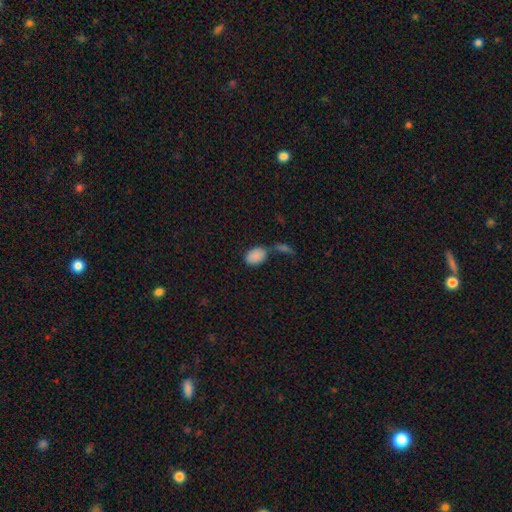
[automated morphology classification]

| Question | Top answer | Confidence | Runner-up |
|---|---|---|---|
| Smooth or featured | smooth | 87% | star or artifact (8%) |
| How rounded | in between | 89% | round (10%) |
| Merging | none | 55% | merger (21%) |